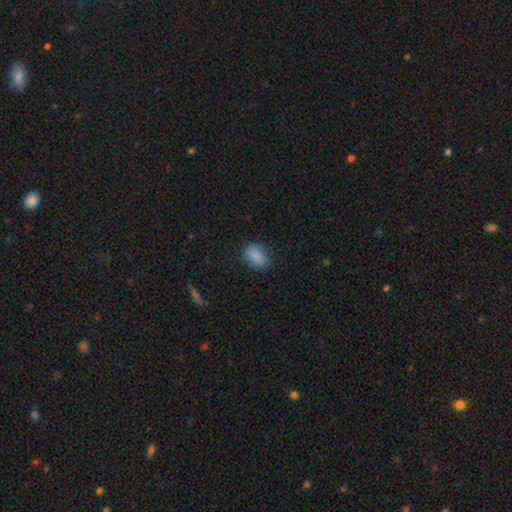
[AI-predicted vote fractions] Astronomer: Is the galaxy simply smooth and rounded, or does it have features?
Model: smooth — 87%.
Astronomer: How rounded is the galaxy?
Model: in between — 88%.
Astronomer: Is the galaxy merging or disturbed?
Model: none — 80%.